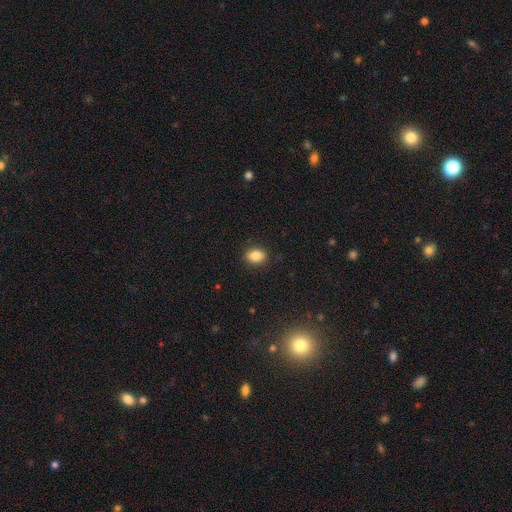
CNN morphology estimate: Q: Smooth or featured?
A: smooth (85%); runner-up: star or artifact (9%)
Q: How rounded?
A: in between (71%); runner-up: round (27%)
Q: Merging?
A: none (88%); runner-up: minor disturbance (9%)